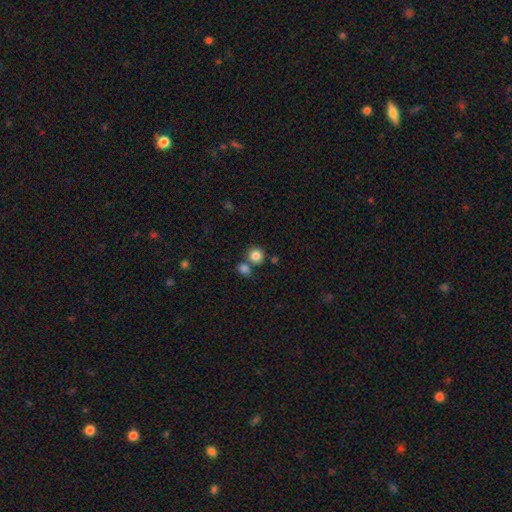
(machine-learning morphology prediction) A smooth galaxy with no disk features (84%) that is round (88%).

Vote fractions:
- Smooth or featured? smooth: 84% / star or artifact: 10% / featured or disk: 6%
- How rounded? round: 88% / in between: 11% / cigar-shaped: 1%
- Merging? none: 65% / merger: 23% / minor disturbance: 9% / major disturbance: 3%